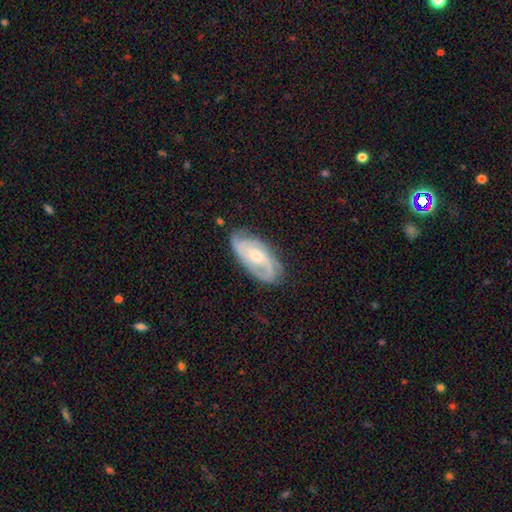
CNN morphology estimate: This appears to be a featured or disk galaxy (81%) with no bar (61%), 2 (44%) tight (49%) spiral arms (96%) and a moderate central bulge (50%). Merging: none (76%).